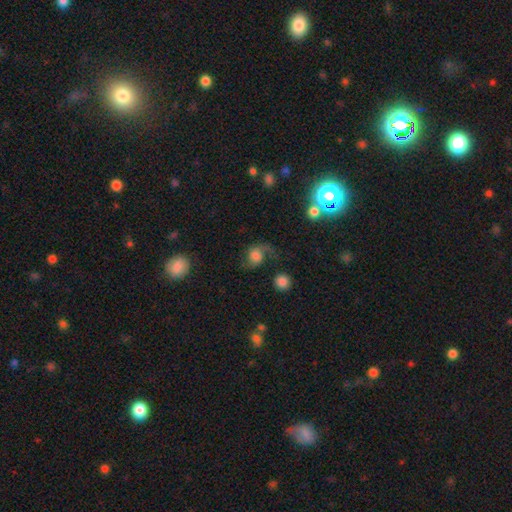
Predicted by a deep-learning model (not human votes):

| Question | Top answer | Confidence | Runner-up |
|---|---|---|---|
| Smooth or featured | smooth | 45% | featured or disk (42%) |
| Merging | none | 46% | major disturbance (28%) |